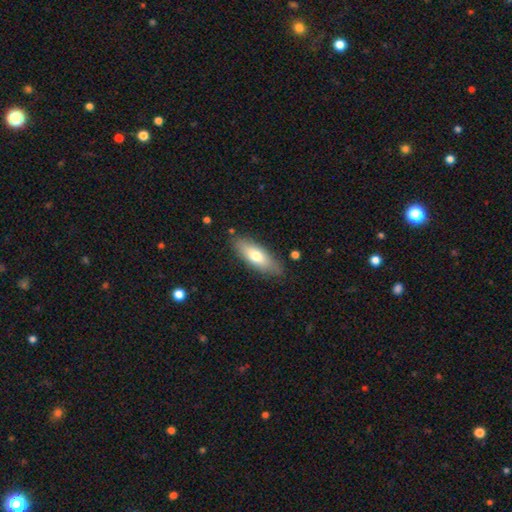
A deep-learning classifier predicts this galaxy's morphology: A smooth galaxy with no disk features (67%) that is in between round and cigar-shaped (63%). Merging: none (82%).